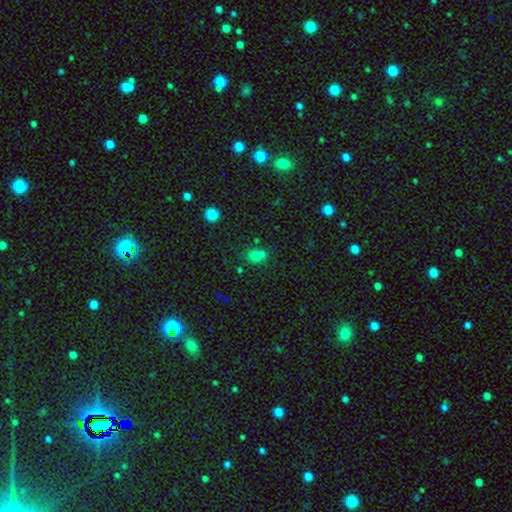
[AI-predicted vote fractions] The model was most divided on "merging": none: 48%, merger: 34%, minor disturbance: 13%, major disturbance: 5%. More confident: smooth or featured — smooth (72%); how rounded — round (59%).